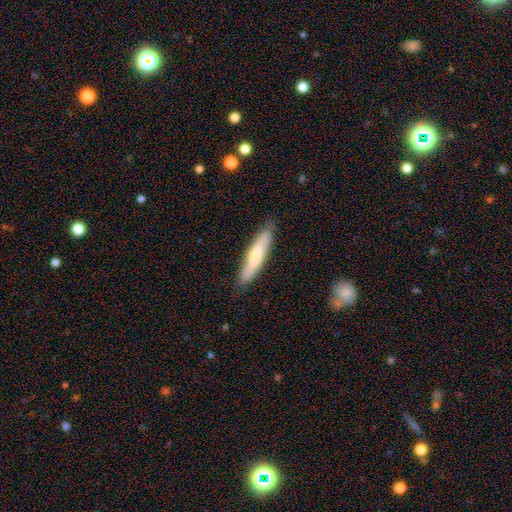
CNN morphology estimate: smooth 67%, featured or disk 27%, star or artifact 5%. Down the decision tree: how rounded — cigar-shaped (84%); merging — none (83%).